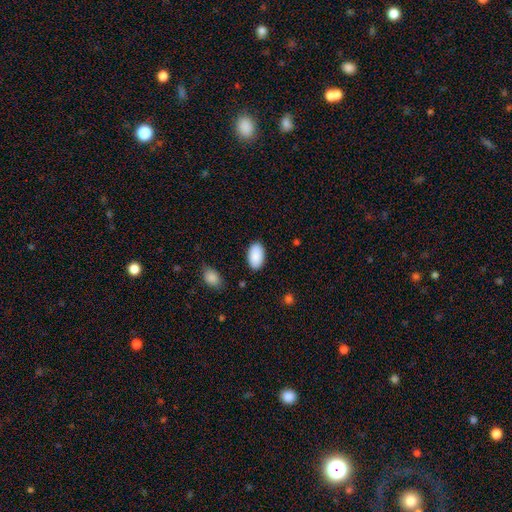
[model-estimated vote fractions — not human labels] smooth_or_featured: smooth (p=0.90) [alt: star or artifact p=0.06]
how_rounded: in between (p=0.95) [alt: round p=0.03]
merging: none (p=0.86) [alt: minor disturbance p=0.10]